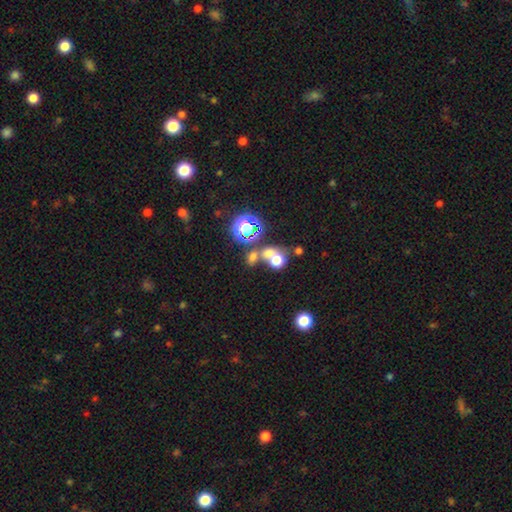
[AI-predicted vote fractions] Smooth or featured? Predicted: star or artifact (p=0.50).